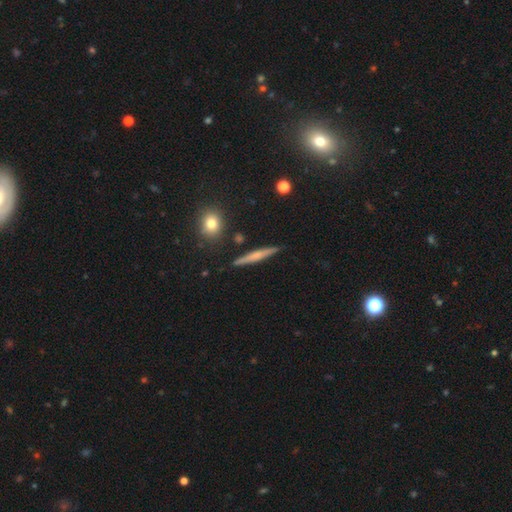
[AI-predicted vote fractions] Smooth or featured?
  - featured or disk: 46% * (tied)
  - smooth: 46% * (tied)
  - star or artifact: 7%
Merging?
  - none: 88% *
  - minor disturbance: 8%
  - merger: 2%
  - major disturbance: 2%